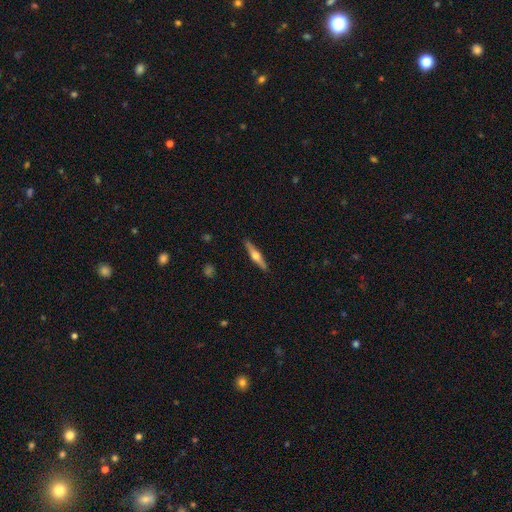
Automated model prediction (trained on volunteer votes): Smooth or featured?
  - featured or disk: 64% *
  - smooth: 31%
  - star or artifact: 5%
Edge-on disk?
  - yes: 97% *
  - no: 3%
Edge-on bulge?
  - rounded: 94% *
  - boxy: 4%
  - none: 3%
Merging?
  - none: 91% *
  - minor disturbance: 7%
  - major disturbance: 1%
  - merger: 1%